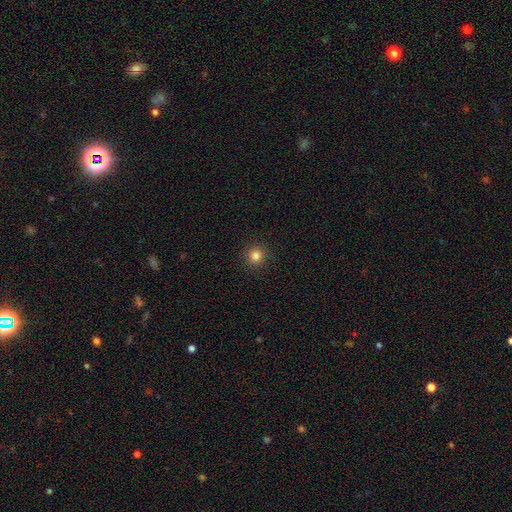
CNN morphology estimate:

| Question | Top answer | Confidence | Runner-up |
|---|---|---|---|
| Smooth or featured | smooth | 83% | star or artifact (12%) |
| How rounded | round | 94% | in between (5%) |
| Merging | none | 92% | minor disturbance (5%) |